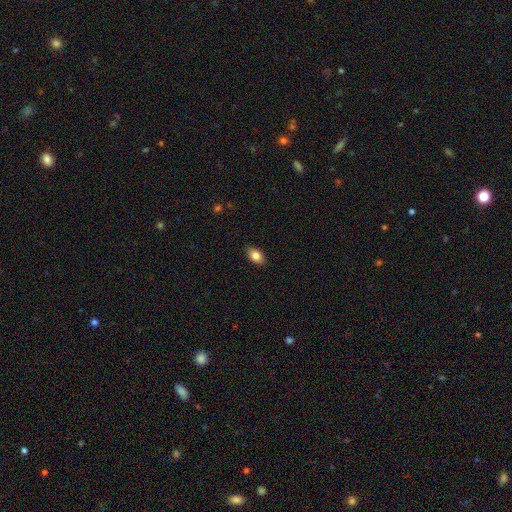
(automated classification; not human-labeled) A smooth galaxy with no disk features (83%) that is in between round and cigar-shaped (89%). Merging: none (89%).